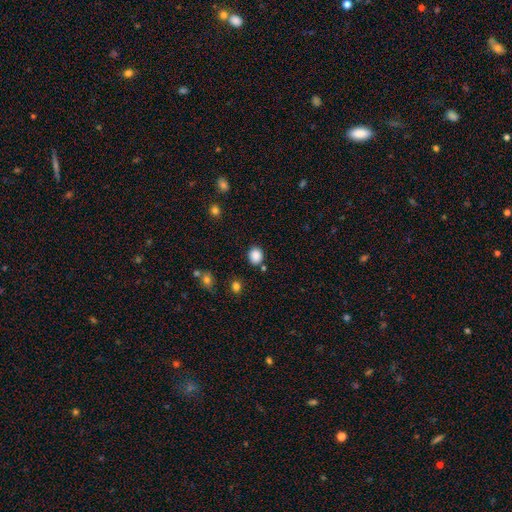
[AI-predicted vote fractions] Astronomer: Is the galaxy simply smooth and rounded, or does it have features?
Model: smooth — 86%.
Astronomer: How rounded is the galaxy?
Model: round — 69%.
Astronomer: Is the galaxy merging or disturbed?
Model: none — 82%.